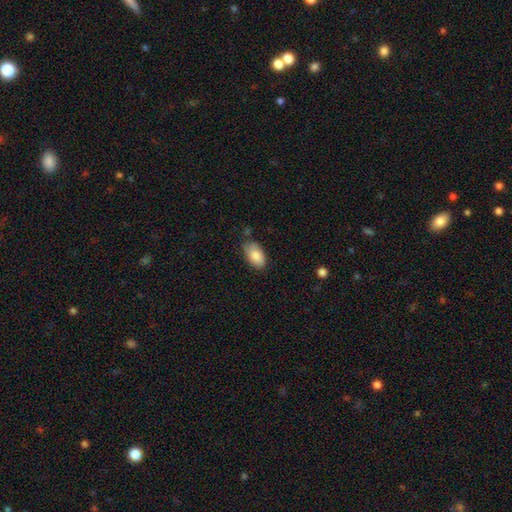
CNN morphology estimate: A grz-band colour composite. It shows a smooth galaxy with no disk features (87%) that is in between round and cigar-shaped (94%). Merging: none (73%).